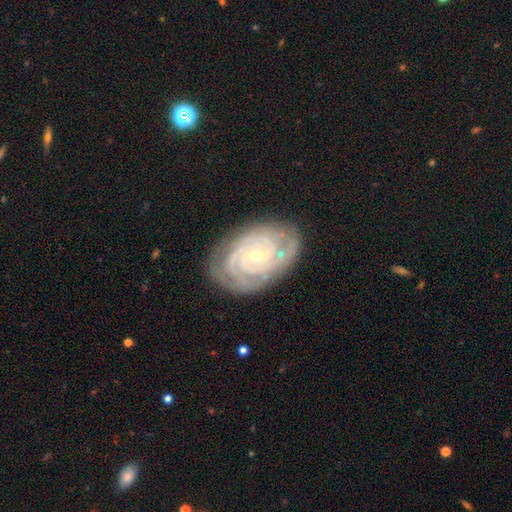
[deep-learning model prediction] This appears to be a featured or disk galaxy (88%) with no bar (62%), 3 (30%) tight (79%) spiral arms (98%) and a small central bulge (63%). Merging: none (79%).